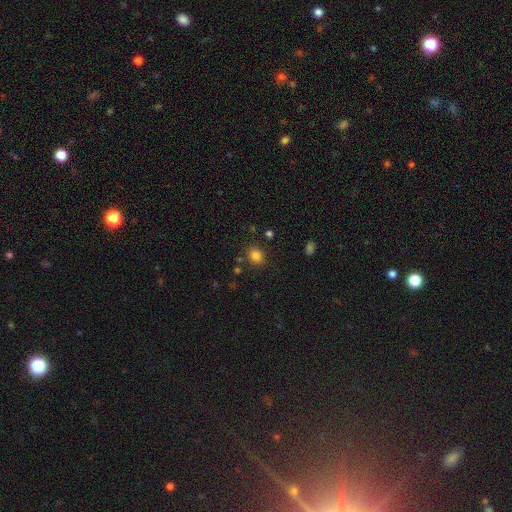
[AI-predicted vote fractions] Q: Smooth or featured?
A: smooth (82%); runner-up: star or artifact (13%)
Q: How rounded?
A: round (72%); runner-up: in between (28%)
Q: Merging?
A: none (84%); runner-up: minor disturbance (9%)